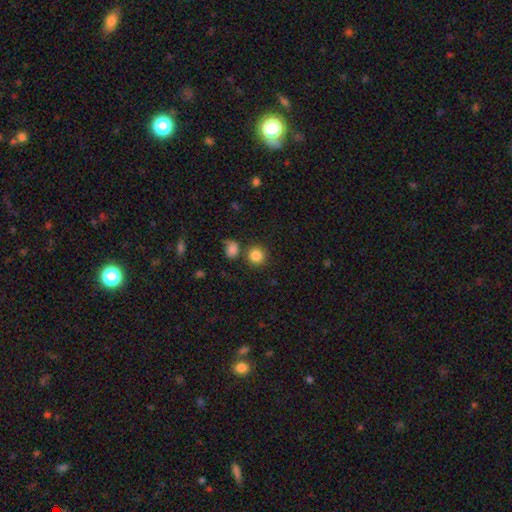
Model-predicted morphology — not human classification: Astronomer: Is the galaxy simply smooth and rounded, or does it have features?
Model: smooth — 84%.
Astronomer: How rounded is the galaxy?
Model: round — 89%.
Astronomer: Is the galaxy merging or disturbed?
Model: none — 77%.